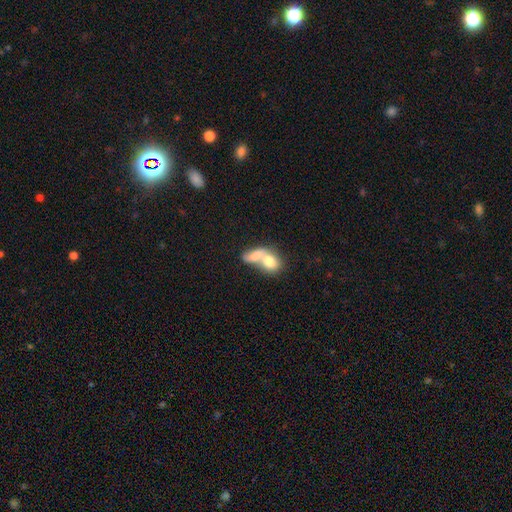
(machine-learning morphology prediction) Q: Smooth or featured?
A: smooth (71%); runner-up: featured or disk (21%)
Q: How rounded?
A: in between (69%); runner-up: round (25%)
Q: Merging?
A: merger (73%); runner-up: none (15%)